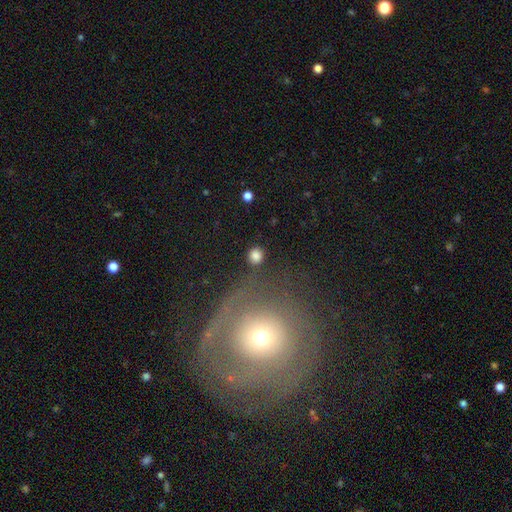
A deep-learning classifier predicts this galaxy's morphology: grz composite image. It shows a smooth galaxy with no disk features (83%) that is round (86%). Merging: none (86%).